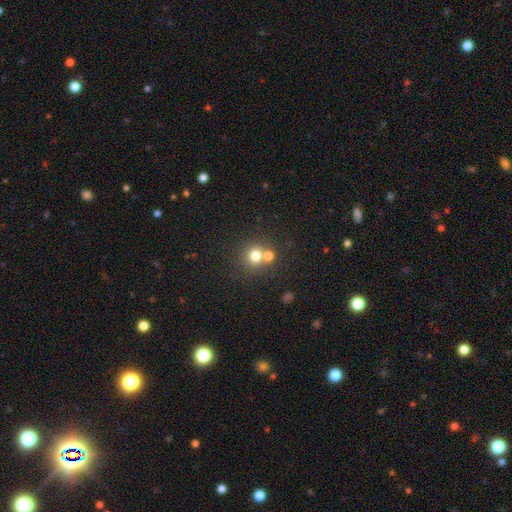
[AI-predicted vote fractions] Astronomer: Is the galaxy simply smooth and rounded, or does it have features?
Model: smooth — 75%.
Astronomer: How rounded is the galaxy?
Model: round — 90%.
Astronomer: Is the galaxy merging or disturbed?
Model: none — 59%.